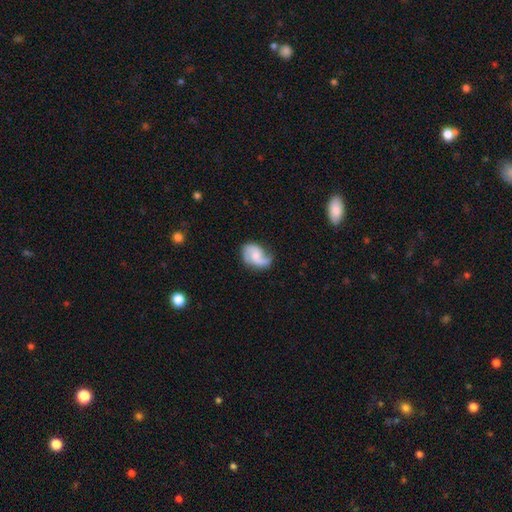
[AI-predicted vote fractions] Q: Smooth or featured?
A: featured or disk (74%); runner-up: smooth (20%)
Q: Edge-on disk?
A: no (98%); runner-up: yes (2%)
Q: Bar?
A: no (57%); runner-up: weak (36%)
Q: Spiral arms?
A: yes (95%); runner-up: no (5%)
Q: Spiral winding?
A: loose (47%); runner-up: medium (41%)
Q: Spiral arm count?
A: 2 (82%); runner-up: 1 (9%)
Q: Bulge size?
A: small (40%); runner-up: moderate (39%)
Q: Merging?
A: none (62%); runner-up: minor disturbance (24%)